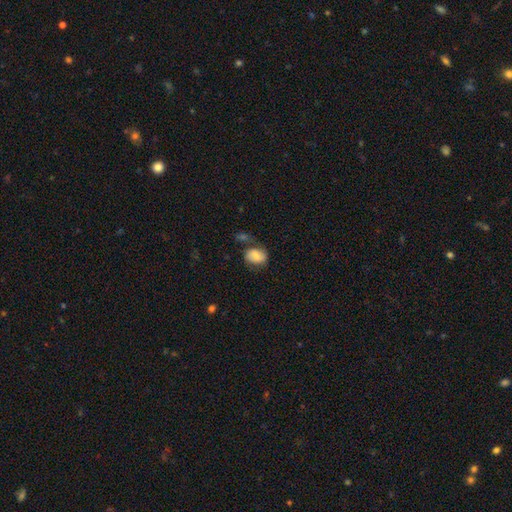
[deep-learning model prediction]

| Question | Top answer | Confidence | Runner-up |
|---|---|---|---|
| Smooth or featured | smooth | 74% | featured or disk (18%) |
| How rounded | in between | 69% | round (30%) |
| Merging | none | 47% | minor disturbance (23%) |